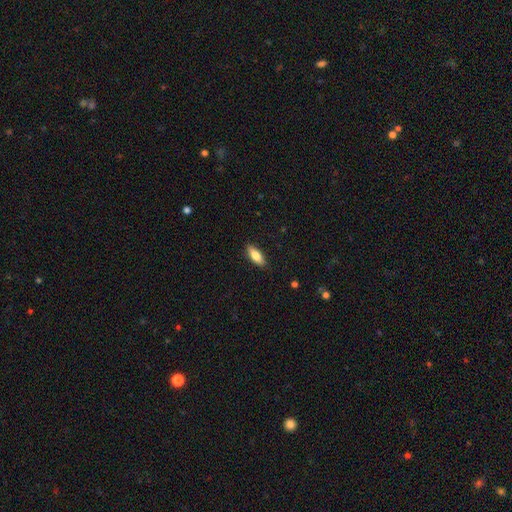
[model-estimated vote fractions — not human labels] smooth_or_featured: smooth (p=0.79) [alt: featured or disk p=0.15]
how_rounded: in between (p=0.73) [alt: cigar-shaped p=0.25]
merging: none (p=0.88) [alt: minor disturbance p=0.09]